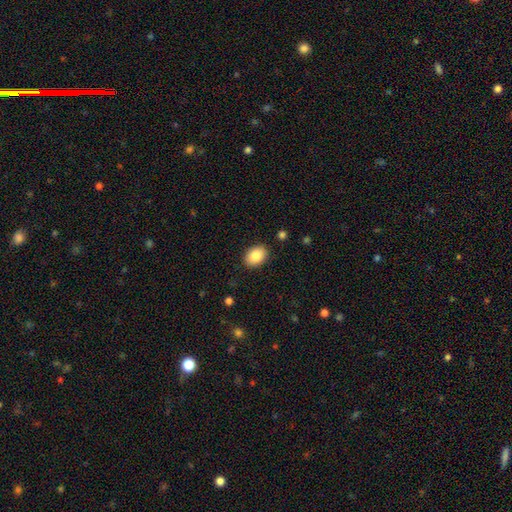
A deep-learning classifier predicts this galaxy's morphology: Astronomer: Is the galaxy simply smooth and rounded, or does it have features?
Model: smooth — 86%.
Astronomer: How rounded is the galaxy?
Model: in between — 77%.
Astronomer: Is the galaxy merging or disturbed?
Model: none — 89%.